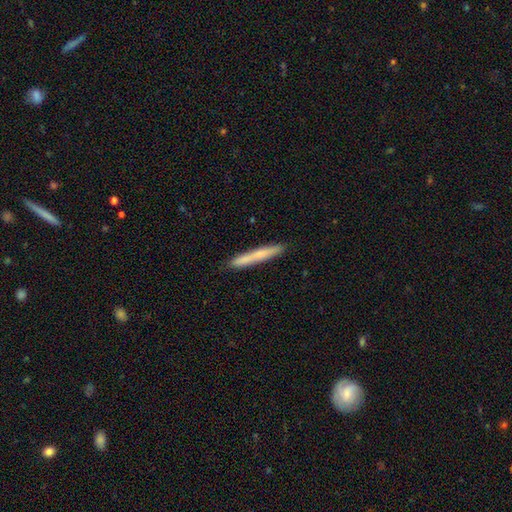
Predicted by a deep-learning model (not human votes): The model was most divided on "smooth or featured": smooth: 66%, featured or disk: 28%, star or artifact: 6%. More confident: how rounded — cigar-shaped (96%); merging — none (90%).